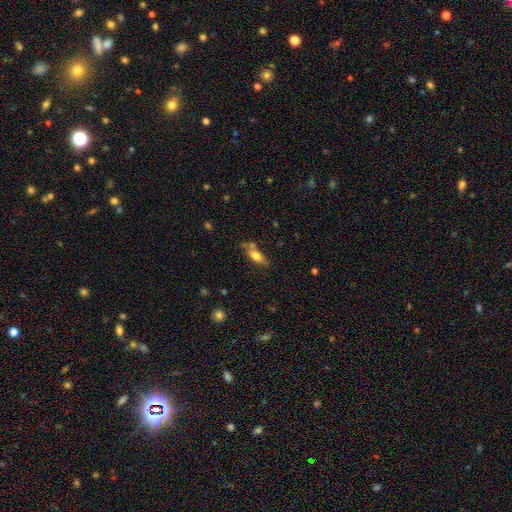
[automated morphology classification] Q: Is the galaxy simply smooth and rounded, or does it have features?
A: smooth — 72%.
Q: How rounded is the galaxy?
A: in between — 79%.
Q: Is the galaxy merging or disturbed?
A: none — 58%.